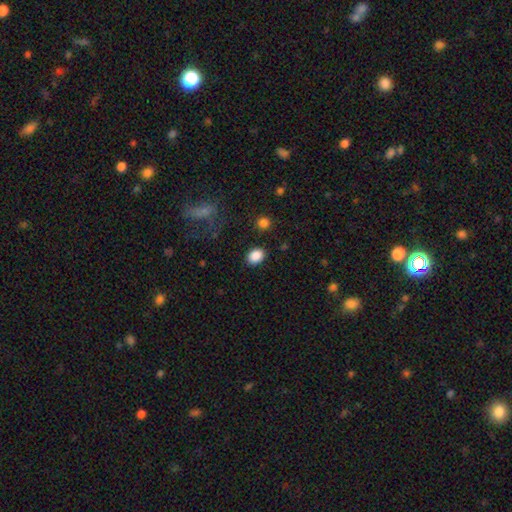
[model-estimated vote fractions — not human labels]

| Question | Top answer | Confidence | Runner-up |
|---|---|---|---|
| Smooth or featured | smooth | 87% | star or artifact (9%) |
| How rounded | in between | 61% | round (38%) |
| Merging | none | 85% | minor disturbance (9%) |